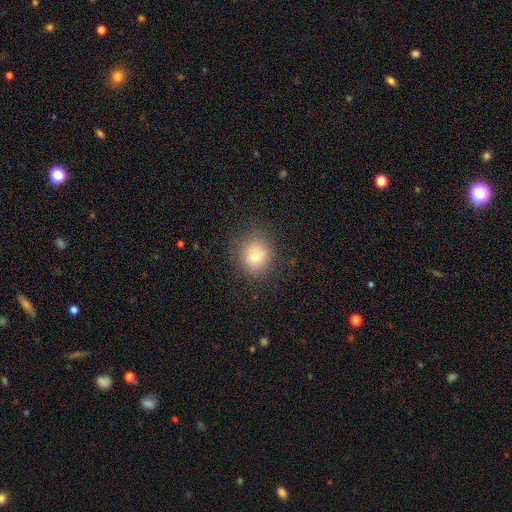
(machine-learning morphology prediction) smooth_or_featured: smooth (p=0.75) [alt: star or artifact p=0.14]
how_rounded: round (p=0.85) [alt: in between p=0.14]
merging: none (p=0.85) [alt: minor disturbance p=0.10]